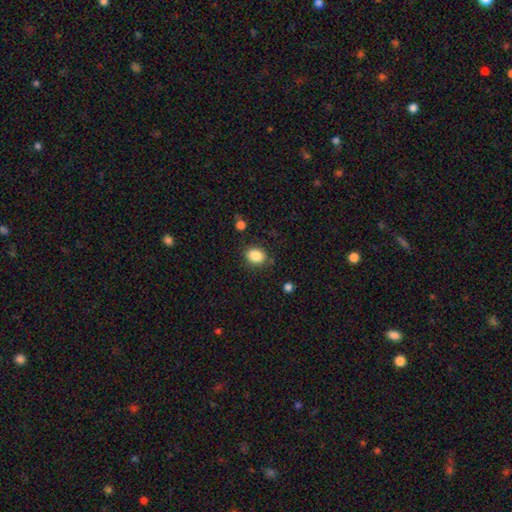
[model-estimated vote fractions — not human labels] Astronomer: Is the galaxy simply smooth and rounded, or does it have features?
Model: smooth — 86%.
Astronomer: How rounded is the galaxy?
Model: in between — 53% (runner-up: round, 46%).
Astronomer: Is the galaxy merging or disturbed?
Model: none — 81%.